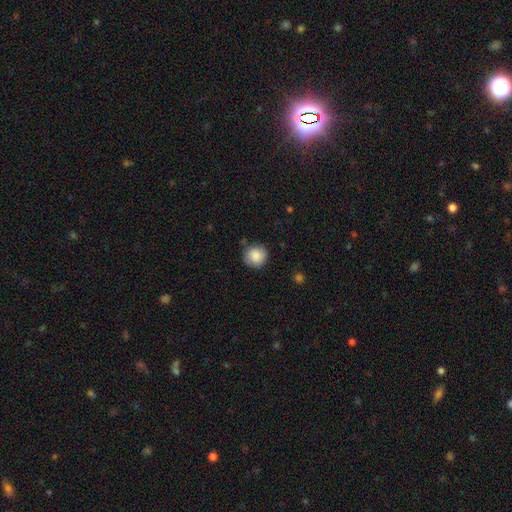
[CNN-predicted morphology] Smooth or featured?
  - smooth: 87% *
  - star or artifact: 8%
  - featured or disk: 6%
How rounded?
  - round: 91% *
  - in between: 8%
  - cigar-shaped: 1%
Merging?
  - none: 81% *
  - minor disturbance: 13%
  - major disturbance: 3%
  - merger: 2%